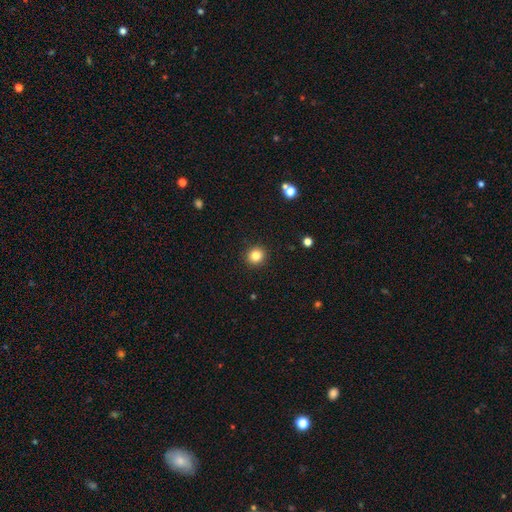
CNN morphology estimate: The model was most divided on "smooth or featured": smooth: 83%, star or artifact: 11%, featured or disk: 5%. More confident: merging — none (92%); how rounded — round (90%).